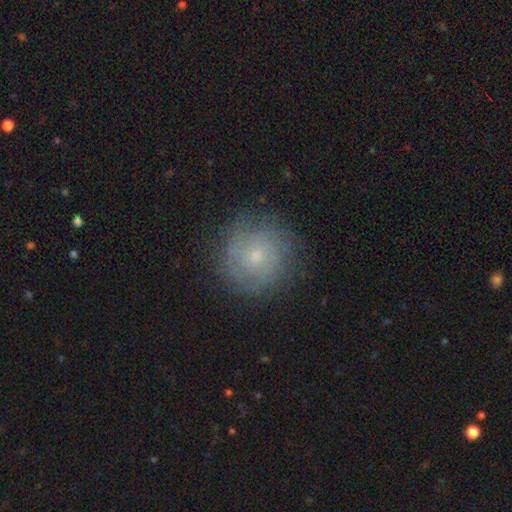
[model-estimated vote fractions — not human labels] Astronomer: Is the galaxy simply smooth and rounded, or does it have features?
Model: featured or disk — 49% (runner-up: smooth, 40%).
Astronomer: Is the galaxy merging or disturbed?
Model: none — 80%.